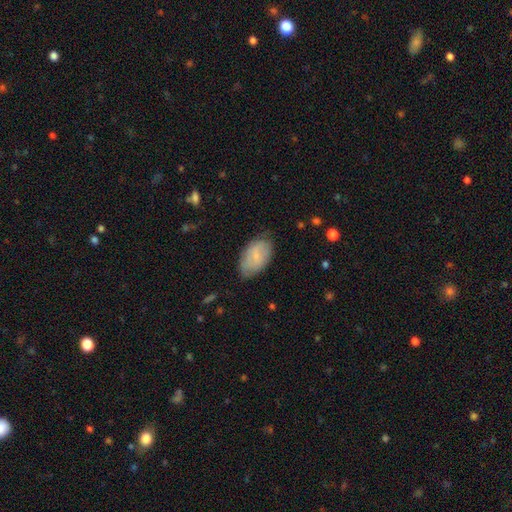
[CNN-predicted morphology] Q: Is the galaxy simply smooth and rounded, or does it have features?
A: smooth — 64%.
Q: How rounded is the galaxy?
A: in between — 93%.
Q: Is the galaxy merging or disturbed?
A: none — 74%.